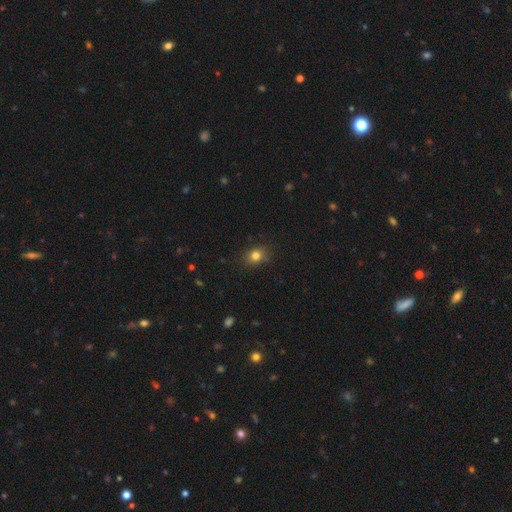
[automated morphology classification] Smooth or featured?
  - smooth: 81% *
  - star or artifact: 13%
  - featured or disk: 7%
How rounded?
  - round: 51% *
  - in between: 47%
  - cigar-shaped: 1%
Merging?
  - none: 86% *
  - minor disturbance: 10%
  - major disturbance: 3%
  - merger: 1%